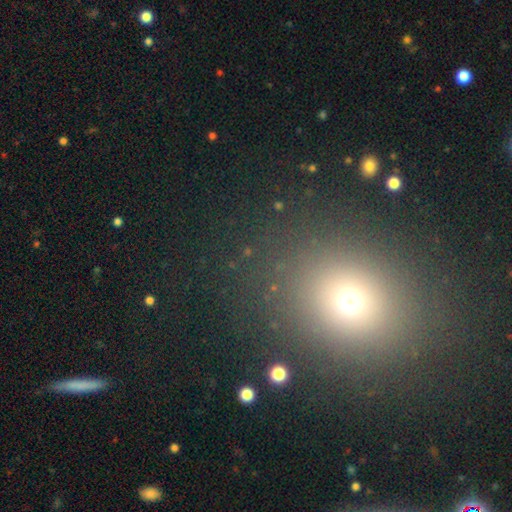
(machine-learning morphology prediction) Smooth or featured? smooth (53%)
How rounded? round (74%)
Merging? none (85%)